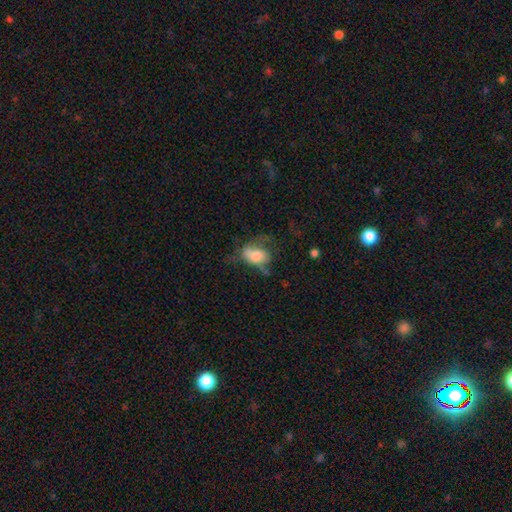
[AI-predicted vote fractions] Smooth or featured? Predicted: smooth (p=0.59). How rounded? Predicted: in between (p=0.78). Merging? Predicted: major disturbance (p=0.39).